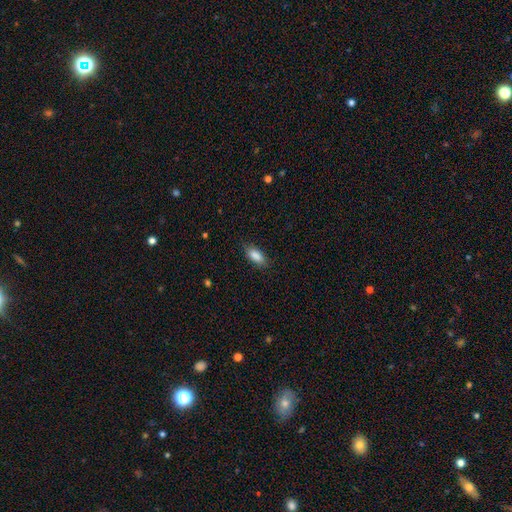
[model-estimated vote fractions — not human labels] A smooth galaxy with no disk features (87%) that is in between round and cigar-shaped (85%). Merging: none (82%).